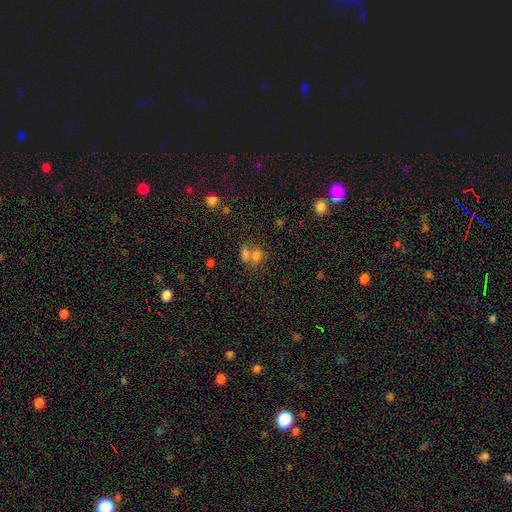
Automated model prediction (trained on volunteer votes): This appears to be a smooth galaxy with no disk features (70%) that is in between round and cigar-shaped (63%). Merging: merger (52%).